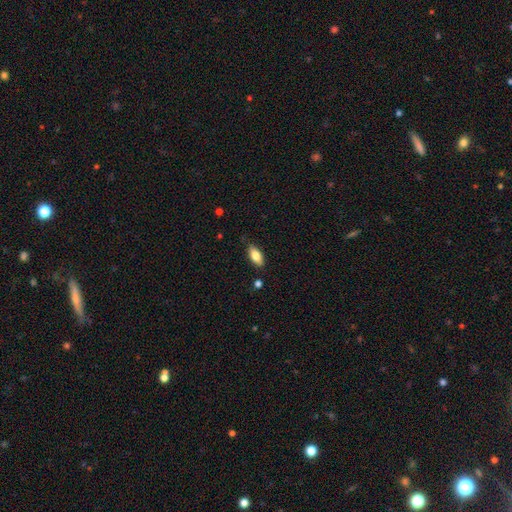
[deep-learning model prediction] This appears to be a smooth galaxy with no disk features (77%) that is in between round and cigar-shaped (87%). Merging: none (83%).